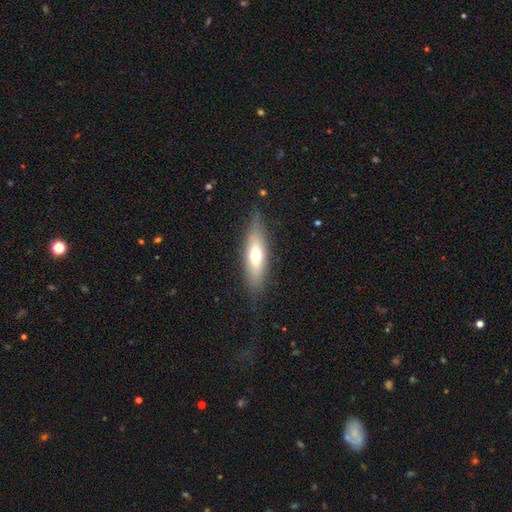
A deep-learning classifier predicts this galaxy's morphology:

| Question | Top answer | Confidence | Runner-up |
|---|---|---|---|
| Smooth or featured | smooth | 58% | featured or disk (35%) |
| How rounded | in between | 49% | cigar-shaped (48%) |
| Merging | none | 79% | minor disturbance (16%) |